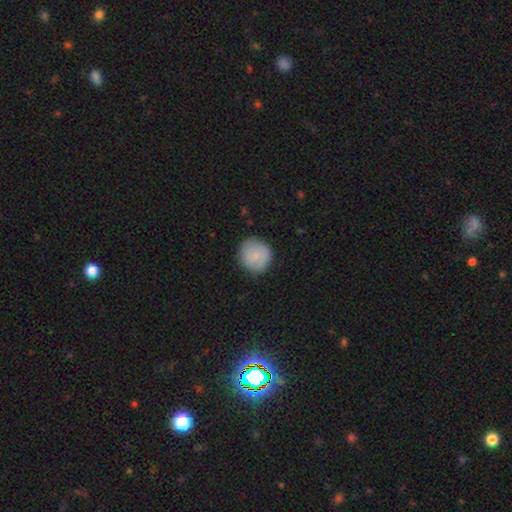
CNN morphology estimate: A smooth galaxy with no disk features (81%) that is round (92%).

Vote fractions:
- Smooth or featured? smooth: 81% / featured or disk: 13% / star or artifact: 7%
- How rounded? round: 92% / in between: 7% / cigar-shaped: 1%
- Merging? none: 82% / minor disturbance: 13% / major disturbance: 3% / merger: 1%